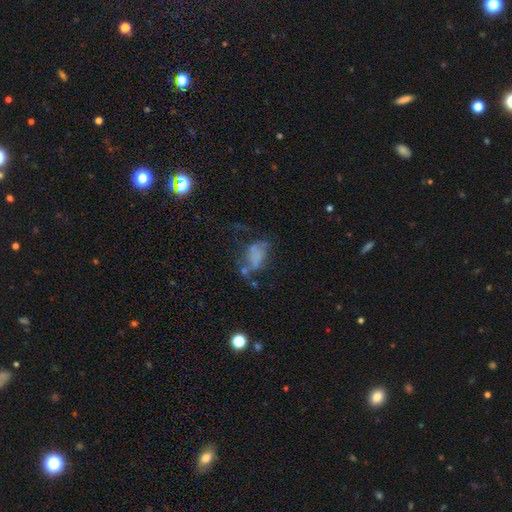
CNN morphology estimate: smooth 44%, featured or disk 38%, star or artifact 18%. Down the decision tree: merging — major disturbance (39%).